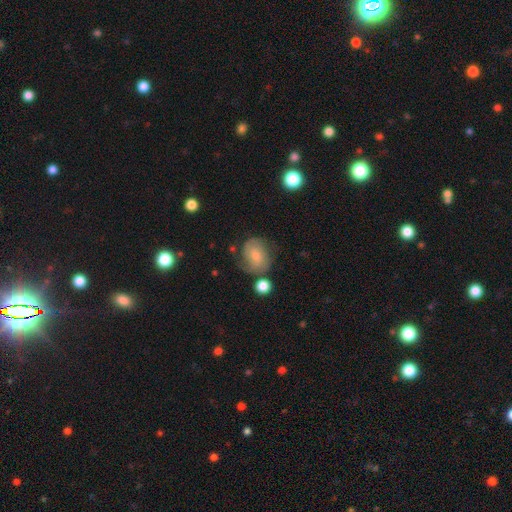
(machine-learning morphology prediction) This is possibly a featured or disk galaxy (52%). It is clearly not viewed edge-on (97%). Bar: possibly no (56%). Spiral arm pattern: clearly yes (85%). Central bulge: possibly small (47%). Merging: possibly none (58%).